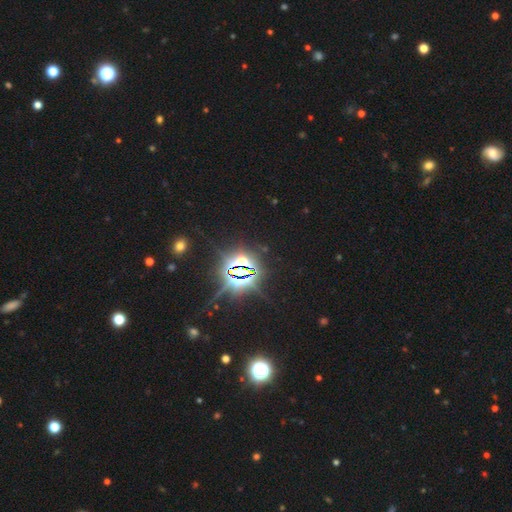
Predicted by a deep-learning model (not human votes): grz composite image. It shows a star or artifact, not a galaxy (86%).